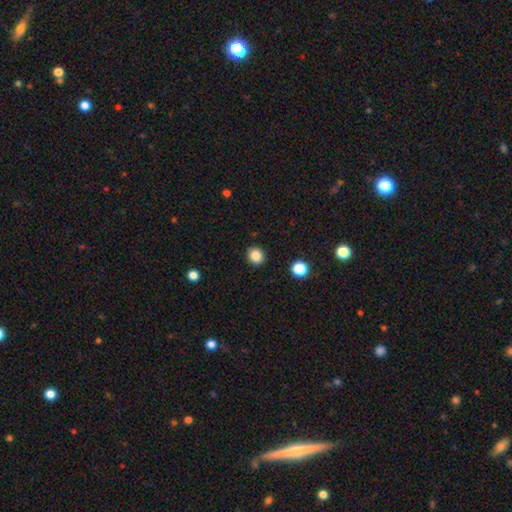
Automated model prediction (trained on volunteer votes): This is clearly a smooth galaxy (85%). How rounded: clearly round (83%). Merging: clearly none (91%).